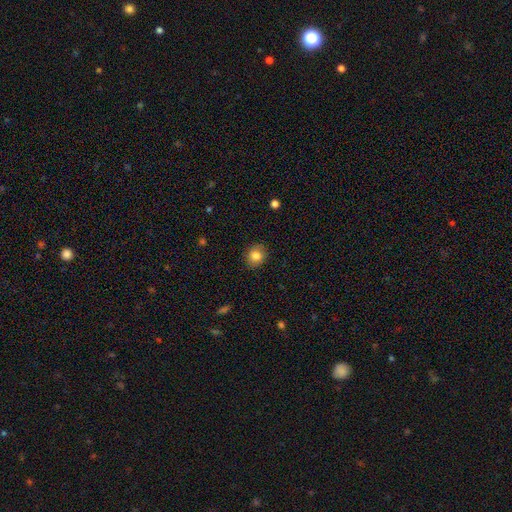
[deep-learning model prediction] Smooth or featured?
  - smooth: 82% *
  - star or artifact: 10%
  - featured or disk: 8%
How rounded?
  - round: 72% *
  - in between: 27%
  - cigar-shaped: 1%
Merging?
  - none: 88% *
  - minor disturbance: 8%
  - major disturbance: 2%
  - merger: 1%